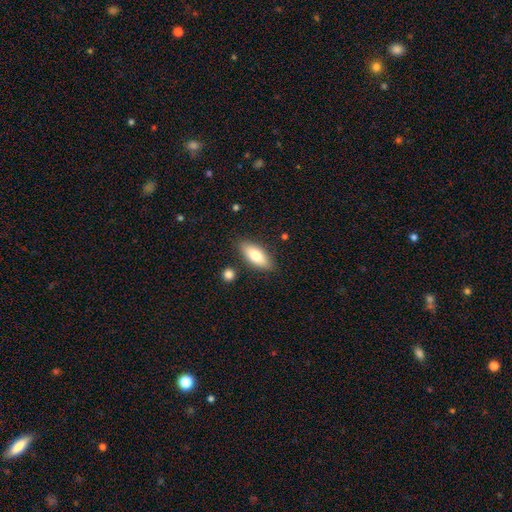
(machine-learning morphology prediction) Smooth or featured? smooth (76%)
How rounded? in between (80%)
Merging? none (84%)